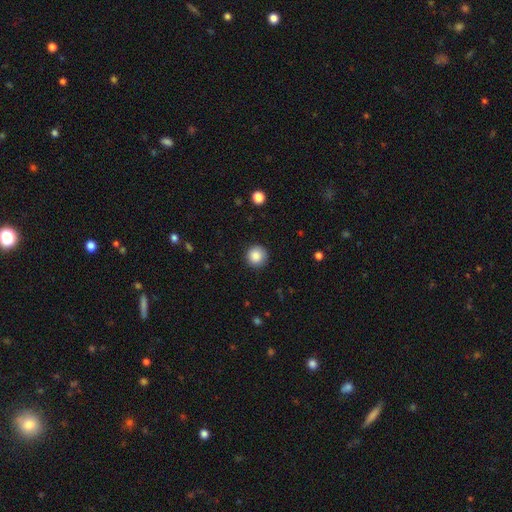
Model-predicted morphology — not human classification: The model was most divided on "smooth or featured": smooth: 86%, star or artifact: 9%, featured or disk: 4%. More confident: how rounded — round (95%); merging — none (90%).